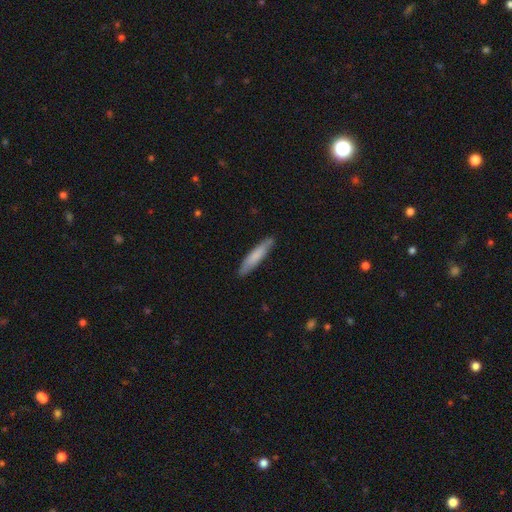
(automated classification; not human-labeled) Smooth or featured: smooth — 74% (featured or disk — 21%)
How rounded: cigar-shaped — 88% (in between — 11%)
Merging: none — 86% (minor disturbance — 11%)